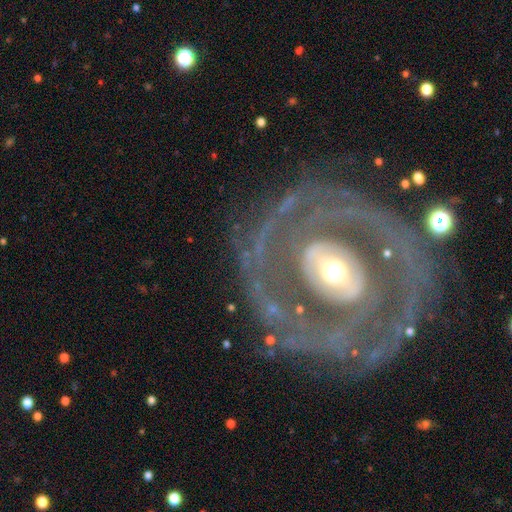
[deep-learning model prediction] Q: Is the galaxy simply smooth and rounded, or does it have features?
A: featured or disk — 83%.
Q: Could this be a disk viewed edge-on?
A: no — 96%.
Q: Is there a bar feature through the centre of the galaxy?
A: no — 61%.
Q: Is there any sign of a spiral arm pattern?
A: yes — 68%.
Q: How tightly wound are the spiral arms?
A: tight — 67%.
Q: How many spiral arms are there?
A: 2 — 38%.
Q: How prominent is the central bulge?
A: moderate — 56%.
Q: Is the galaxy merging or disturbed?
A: none — 77%.